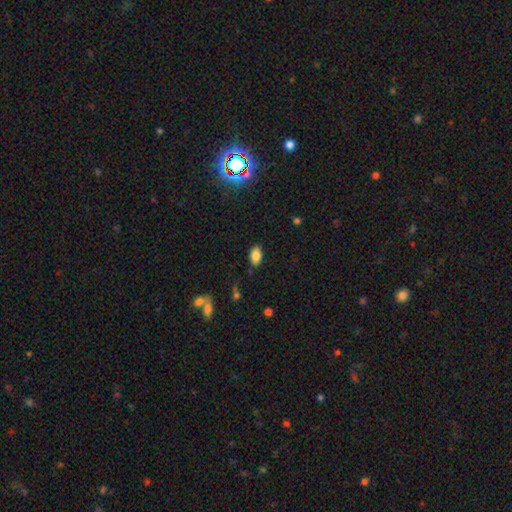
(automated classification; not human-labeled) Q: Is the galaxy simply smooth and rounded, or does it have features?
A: smooth — 83%.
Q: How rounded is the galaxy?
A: in between — 91%.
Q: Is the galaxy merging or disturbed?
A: none — 85%.